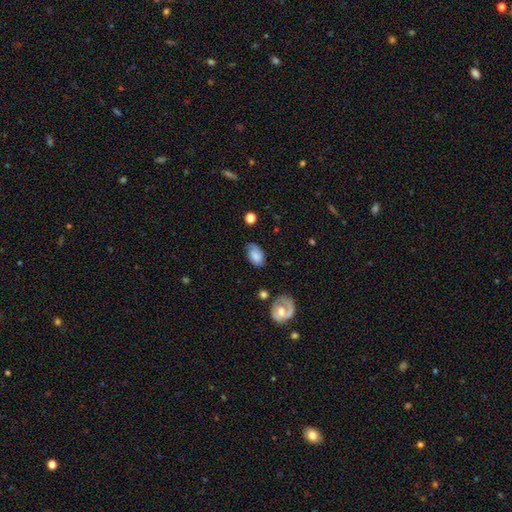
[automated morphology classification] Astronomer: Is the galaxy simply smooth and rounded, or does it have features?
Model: smooth — 71%.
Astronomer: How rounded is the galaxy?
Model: in between — 91%.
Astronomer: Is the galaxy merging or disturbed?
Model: none — 65%.